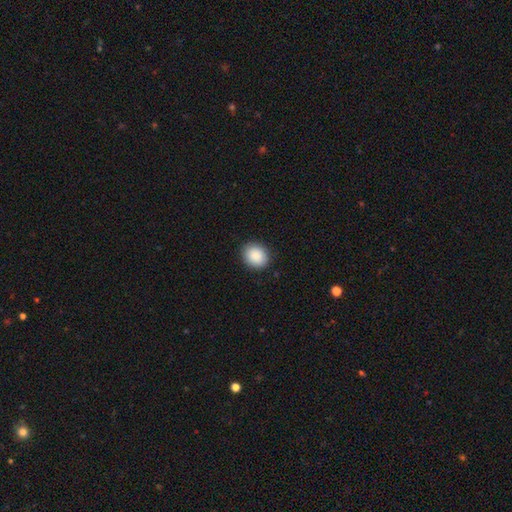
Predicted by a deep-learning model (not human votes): Smooth or featured? smooth (90%)
How rounded? round (60%)
Merging? none (90%)